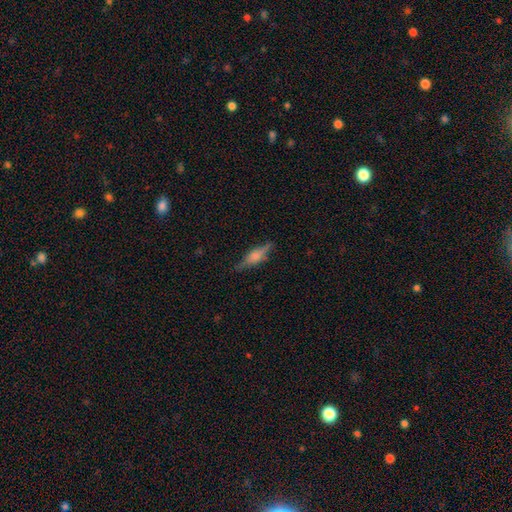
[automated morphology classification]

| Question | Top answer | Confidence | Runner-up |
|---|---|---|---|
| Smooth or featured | featured or disk | 54% | smooth (37%) |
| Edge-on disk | yes | 95% | no (5%) |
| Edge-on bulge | rounded | 71% | boxy (24%) |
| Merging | none | 80% | minor disturbance (15%) |